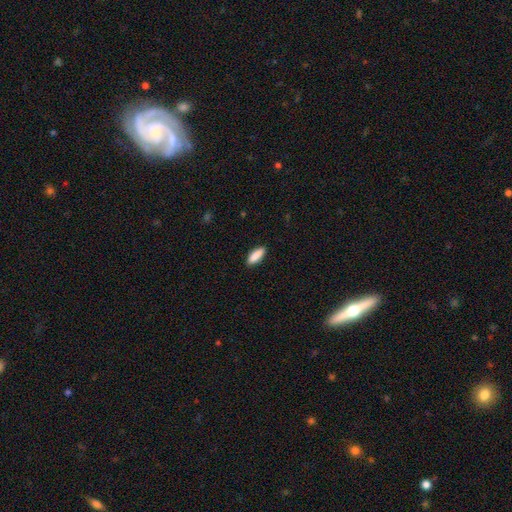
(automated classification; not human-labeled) Overall: smooth (89%). How rounded: in between (61%; cigar-shaped 37%). Merging: none (89%).